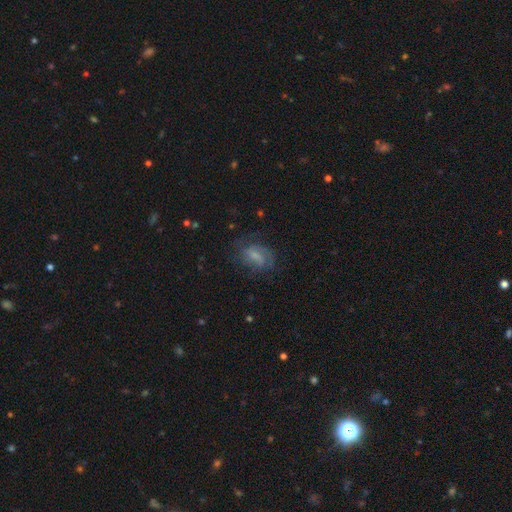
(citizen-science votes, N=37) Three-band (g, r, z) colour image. It shows a smooth galaxy with no disk features (49%, tied with featured or disk) that is in between round and cigar-shaped (72%). Merging: none (47%).